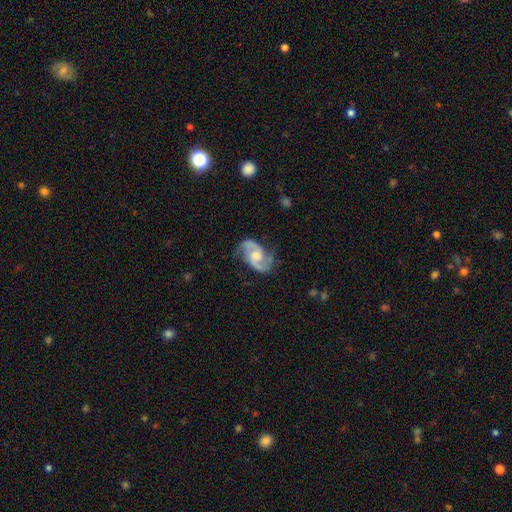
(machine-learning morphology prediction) A featured or disk galaxy (90%) with no bar (51%), 2 (92%) medium (57%) spiral arms (98%) and a moderate central bulge (58%). Merging: none (76%).